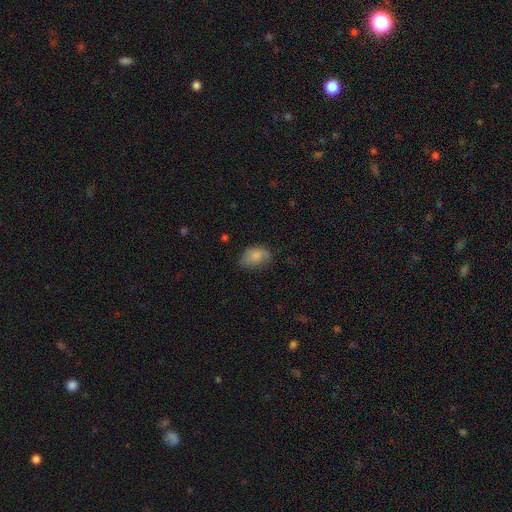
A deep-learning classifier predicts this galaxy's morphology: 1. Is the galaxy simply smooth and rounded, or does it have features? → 82% smooth, 10% featured or disk, 8% star or artifact.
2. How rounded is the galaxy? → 85% in between, 13% round, 1% cigar-shaped.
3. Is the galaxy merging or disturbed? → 61% none, 29% minor disturbance, 8% major disturbance, 2% merger.